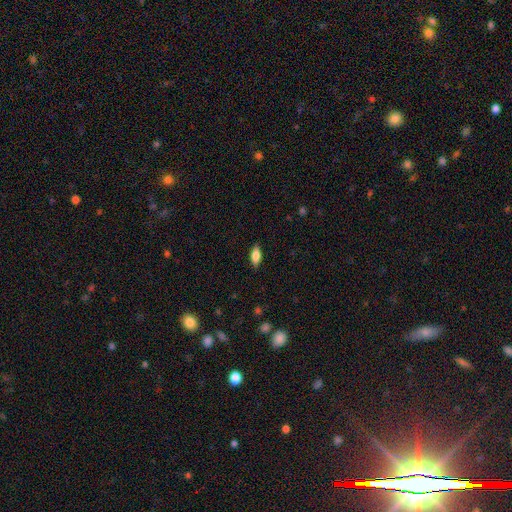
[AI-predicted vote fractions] Morphology: type=smooth (75%); roundness=in between (78%); merging=none (87%).